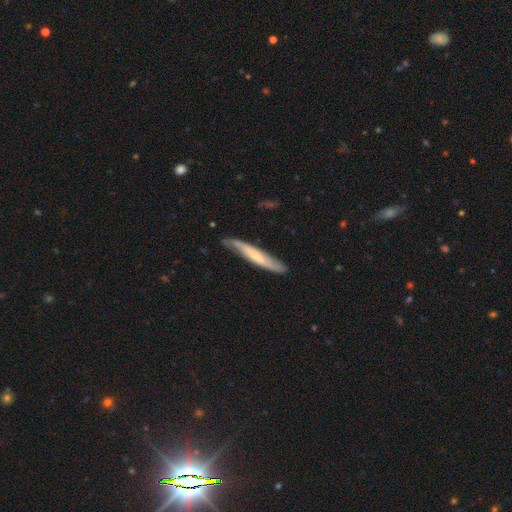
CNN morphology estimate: A featured or disk galaxy (48%).

Vote fractions:
- Smooth or featured? featured or disk: 48% / smooth: 46% / star or artifact: 5%
- Merging? none: 70% / minor disturbance: 23% / major disturbance: 4% / merger: 2%